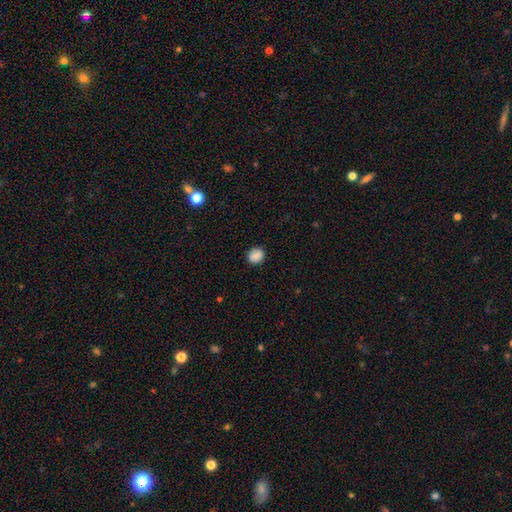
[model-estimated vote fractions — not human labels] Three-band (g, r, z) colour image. It shows a smooth galaxy with no disk features (87%) that is round (64%). Merging: none (85%).